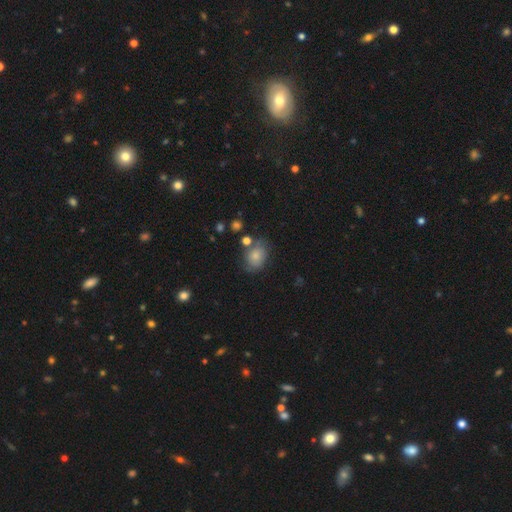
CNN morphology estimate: Smooth or featured? smooth (75%)
How rounded? in between (57%)
Merging? none (60%)